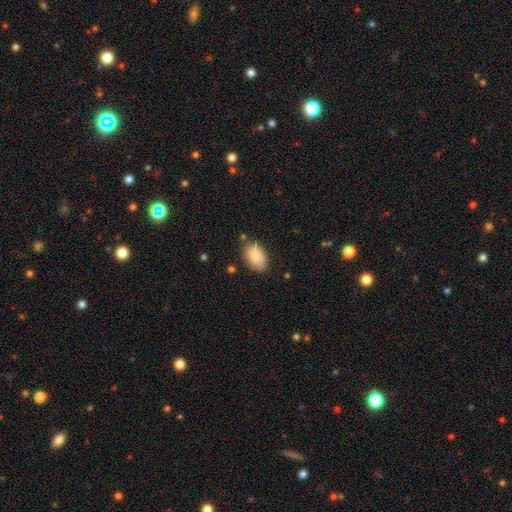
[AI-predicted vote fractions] This is clearly a smooth galaxy (88%). How rounded: clearly in between (92%). Merging: clearly none (81%).